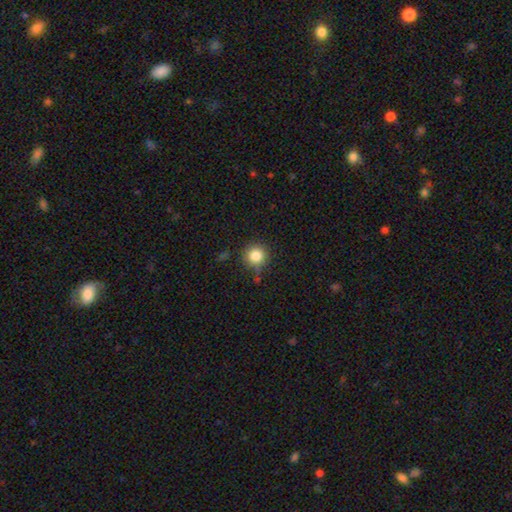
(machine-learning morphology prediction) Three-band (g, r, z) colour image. It shows a smooth galaxy with no disk features (84%) that is round (94%). Merging: none (77%).